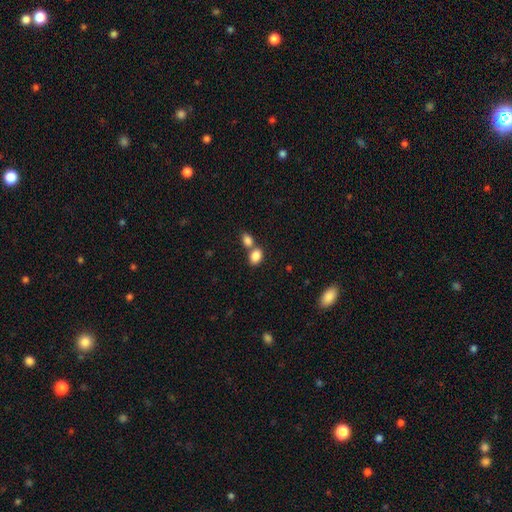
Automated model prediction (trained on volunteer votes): smooth 86%, star or artifact 8%, featured or disk 6%. Down the decision tree: how rounded — in between (78%); merging — merger (47%).